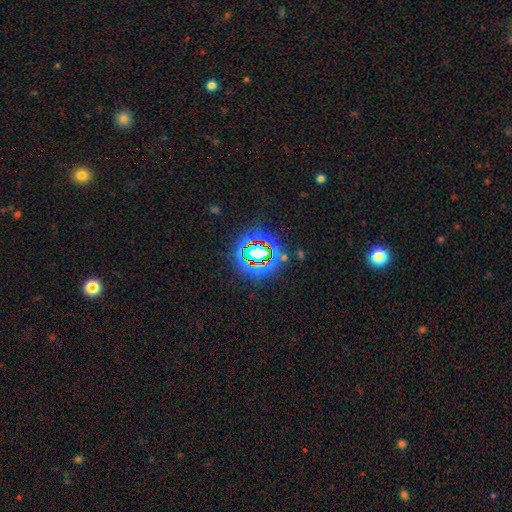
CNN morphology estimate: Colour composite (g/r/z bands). It shows a star or artifact, not a galaxy (67%).